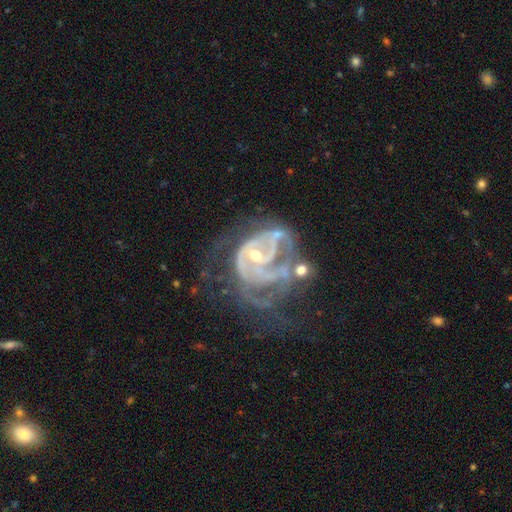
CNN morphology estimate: A featured or disk galaxy (86%) with no bar (57%), tight (48%) spiral arms (84%) and a small central bulge (51%). Merging: major disturbance (46%).